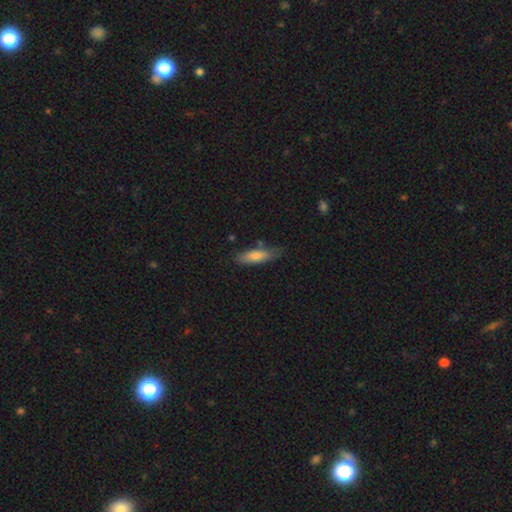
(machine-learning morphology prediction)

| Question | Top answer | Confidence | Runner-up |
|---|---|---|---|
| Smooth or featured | smooth | 72% | featured or disk (21%) |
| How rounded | cigar-shaped | 66% | in between (32%) |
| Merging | none | 76% | minor disturbance (18%) |